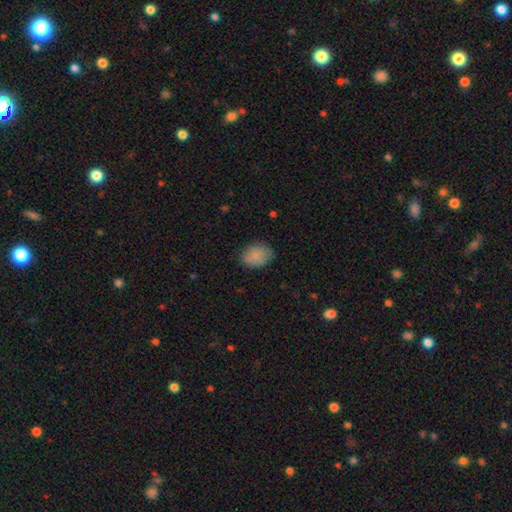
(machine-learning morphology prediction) This appears to be a smooth galaxy with no disk features (84%) that is in between round and cigar-shaped (68%). Merging: none (77%).